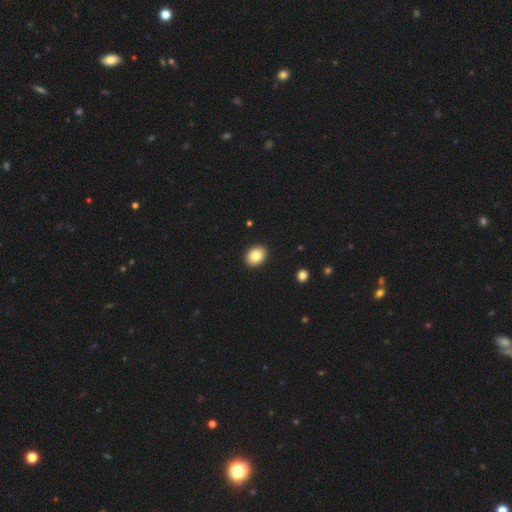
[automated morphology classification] Q: Smooth or featured?
A: smooth (83%); runner-up: featured or disk (9%)
Q: How rounded?
A: in between (59%); runner-up: round (40%)
Q: Merging?
A: none (91%); runner-up: minor disturbance (6%)